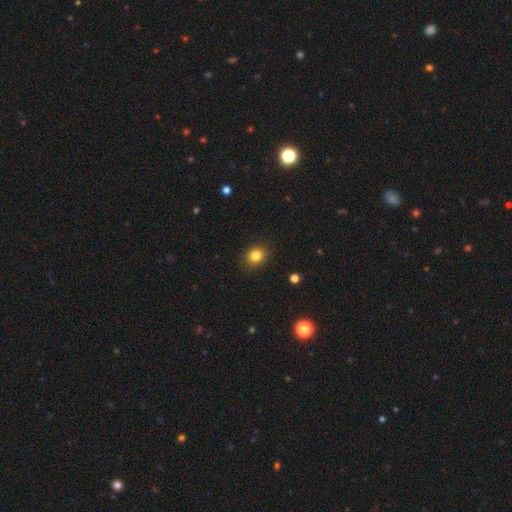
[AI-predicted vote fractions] Morphology: type=smooth (83%); roundness=round (67%); merging=none (89%).